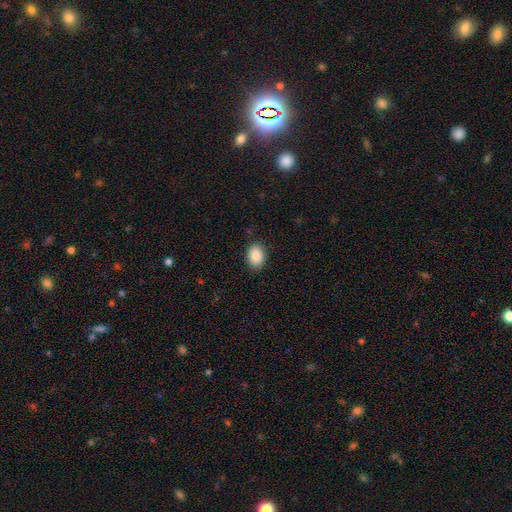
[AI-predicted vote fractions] Smooth or featured? Predicted: smooth (p=0.88). How rounded? Predicted: in between (p=0.76). Merging? Predicted: none (p=0.85).